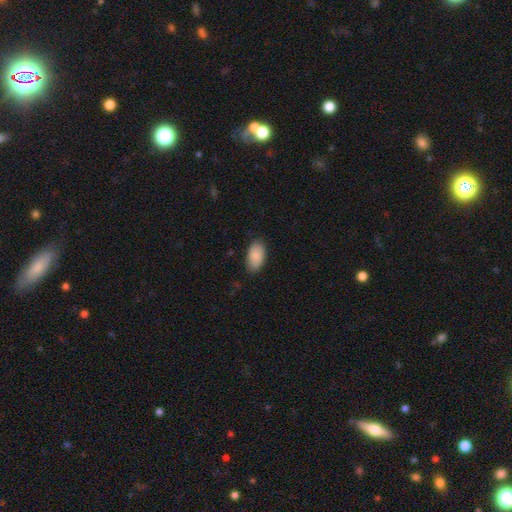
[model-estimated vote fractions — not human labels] Overall: smooth (89%). How rounded: in between (95%). Merging: none (84%).